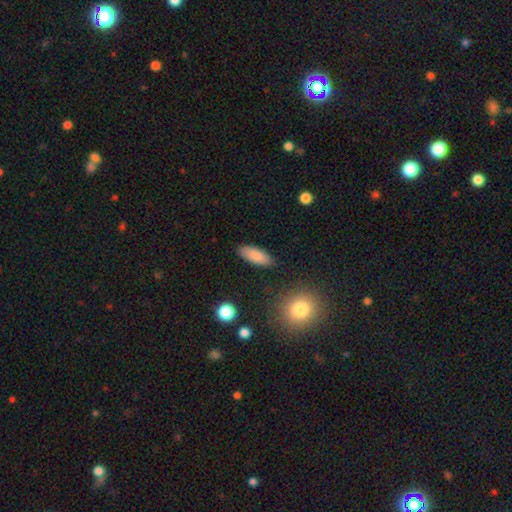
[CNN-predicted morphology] A smooth galaxy with no disk features (86%) that is in between round and cigar-shaped (76%).

Vote fractions:
- Smooth or featured? smooth: 86% / star or artifact: 7% / featured or disk: 7%
- How rounded? in between: 76% / cigar-shaped: 22% / round: 2%
- Merging? none: 86% / minor disturbance: 10% / major disturbance: 2% / merger: 2%